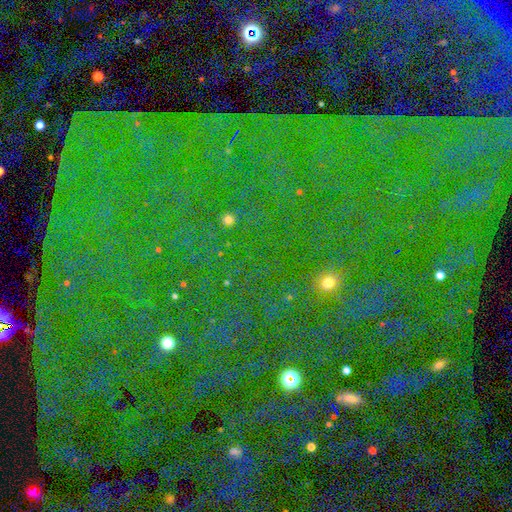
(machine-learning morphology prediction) smooth-or-featured: star or artifact: 83% | smooth: 9% | featured or disk: 8%